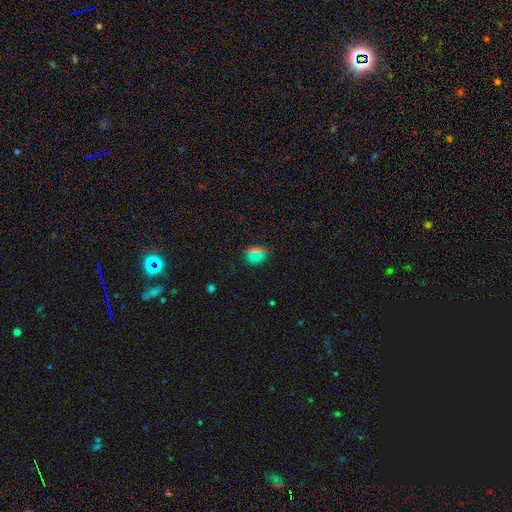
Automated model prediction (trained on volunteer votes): Smooth or featured?
  - smooth: 68% *
  - star or artifact: 25%
  - featured or disk: 7%
How rounded?
  - round: 61% *
  - in between: 35%
  - cigar-shaped: 3%
Merging?
  - none: 84% *
  - minor disturbance: 10%
  - major disturbance: 3%
  - merger: 2%